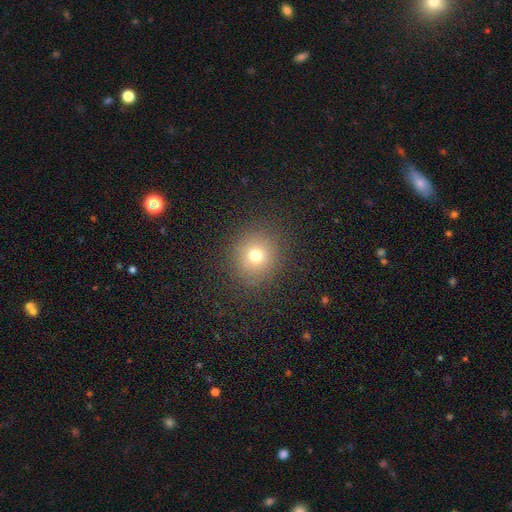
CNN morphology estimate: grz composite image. It shows a smooth galaxy with no disk features (71%) that is round (89%). Merging: none (88%).